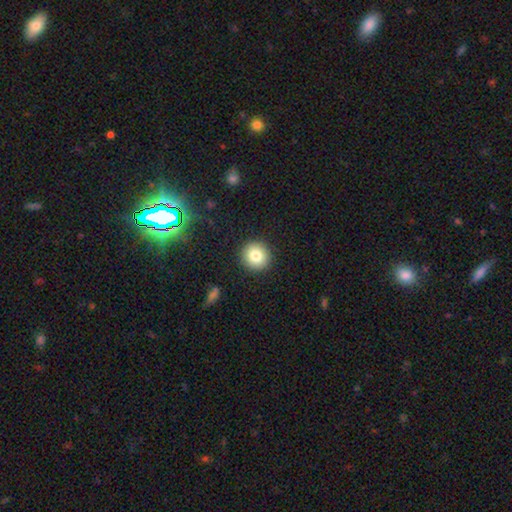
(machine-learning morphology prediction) smooth 81%, star or artifact 10%, featured or disk 9%. Down the decision tree: how rounded — round (94%); merging — none (91%).